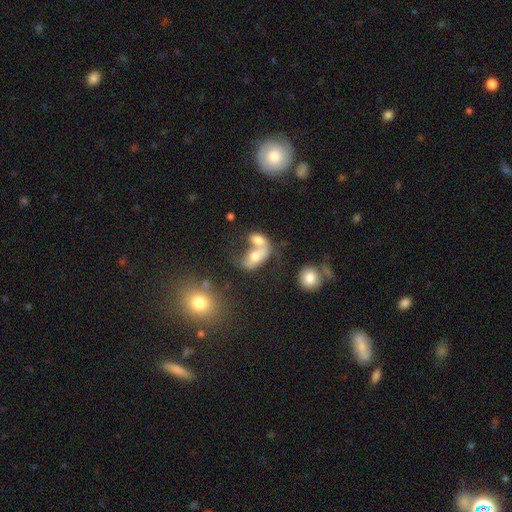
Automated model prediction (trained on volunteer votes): smooth_or_featured: smooth (p=0.54) [alt: featured or disk p=0.33]
how_rounded: in between (p=0.78) [alt: round p=0.18]
merging: merger (p=0.63) [alt: none p=0.17]